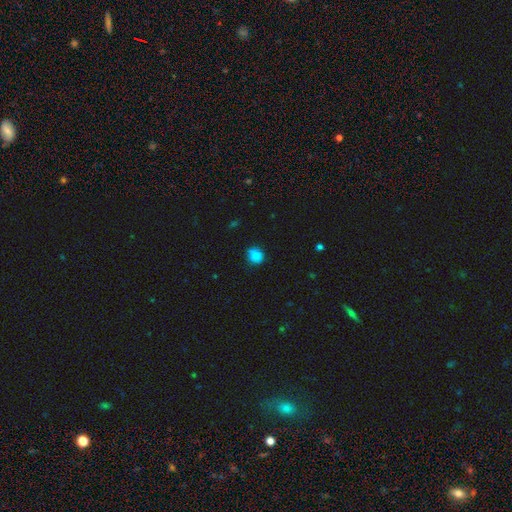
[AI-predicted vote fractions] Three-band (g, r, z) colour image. It shows a smooth galaxy with no disk features (86%) that is round (73%). Merging: none (75%).